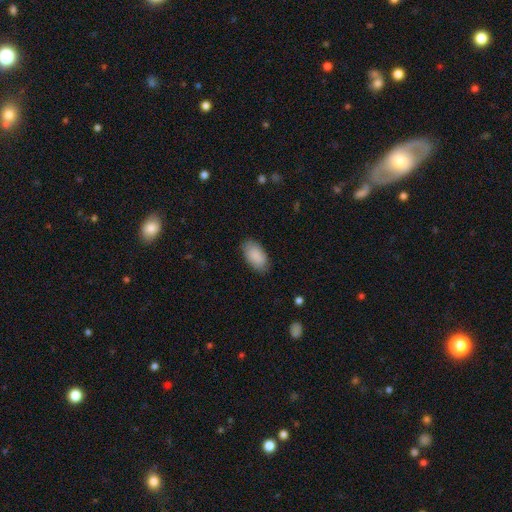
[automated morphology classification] Smooth or featured? smooth (89%)
How rounded? in between (95%)
Merging? none (83%)